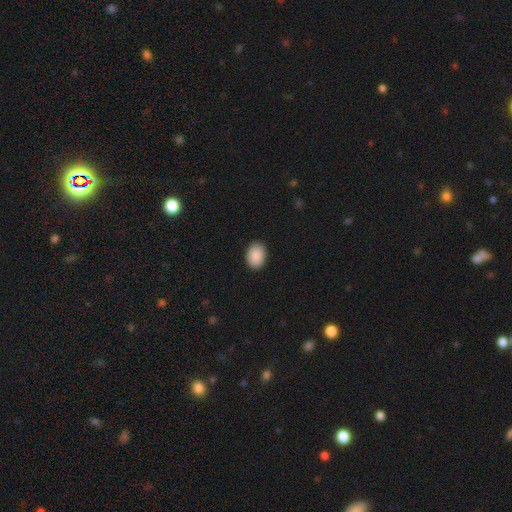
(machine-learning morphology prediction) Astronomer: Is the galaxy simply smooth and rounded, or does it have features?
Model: smooth — 90%.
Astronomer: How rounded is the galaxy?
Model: in between — 75%.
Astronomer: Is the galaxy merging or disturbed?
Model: none — 90%.